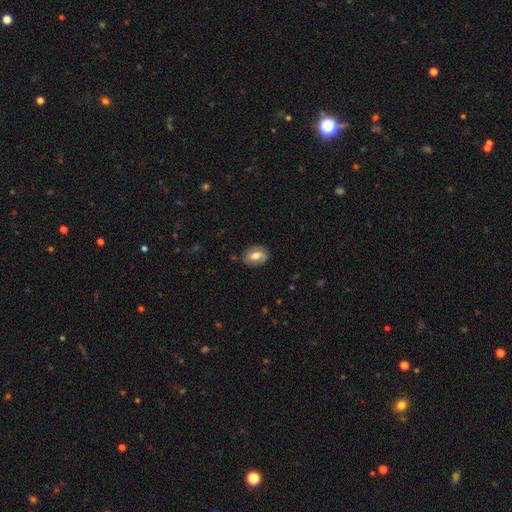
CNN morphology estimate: This is possibly a smooth galaxy (57%). How rounded: likely in between (70%). Merging: likely none (78%).